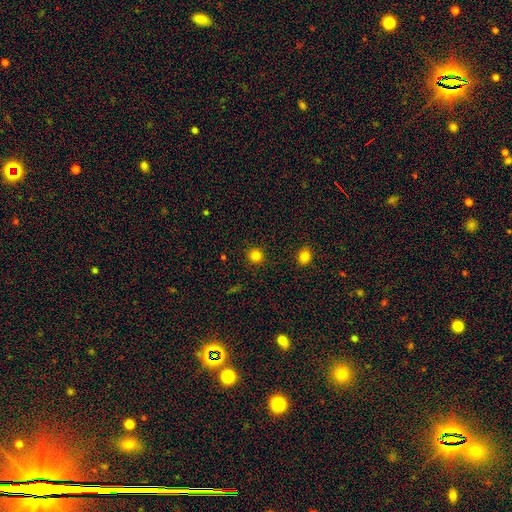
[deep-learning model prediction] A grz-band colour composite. It shows a smooth galaxy with no disk features (83%) that is round (93%). Merging: none (92%).